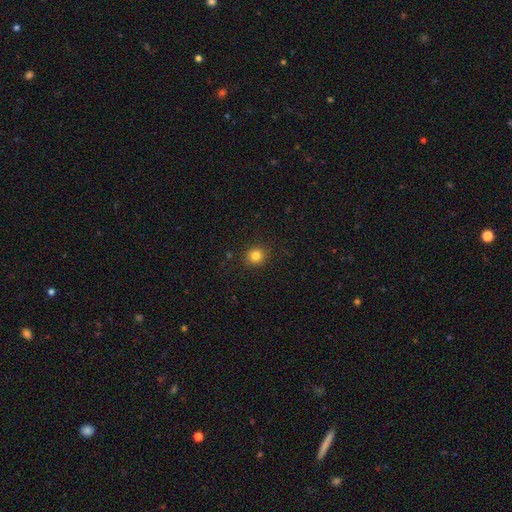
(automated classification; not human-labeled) This is clearly a smooth galaxy (82%). How rounded: clearly round (89%). Merging: clearly none (90%).